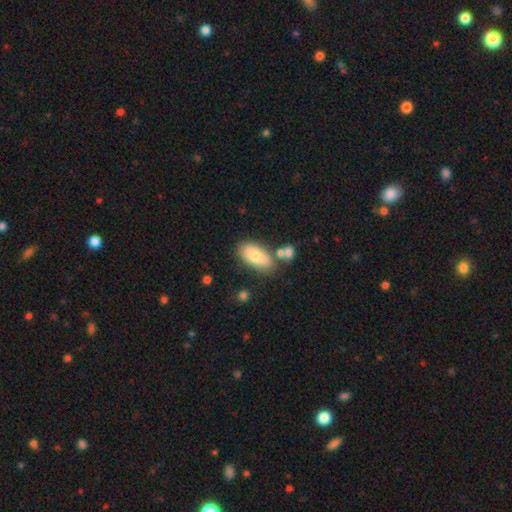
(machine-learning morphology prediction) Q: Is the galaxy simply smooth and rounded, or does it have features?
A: smooth — 74%.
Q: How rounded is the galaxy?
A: in between — 91%.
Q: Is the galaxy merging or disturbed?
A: none — 68%.